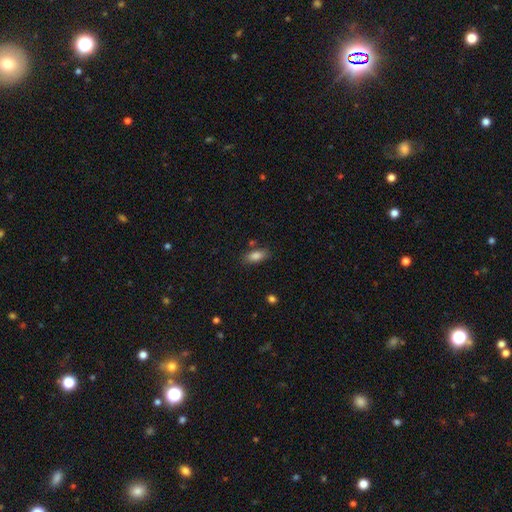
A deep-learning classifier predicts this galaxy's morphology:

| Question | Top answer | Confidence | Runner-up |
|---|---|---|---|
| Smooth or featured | smooth | 85% | star or artifact (8%) |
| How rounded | in between | 85% | cigar-shaped (12%) |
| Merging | none | 80% | minor disturbance (13%) |